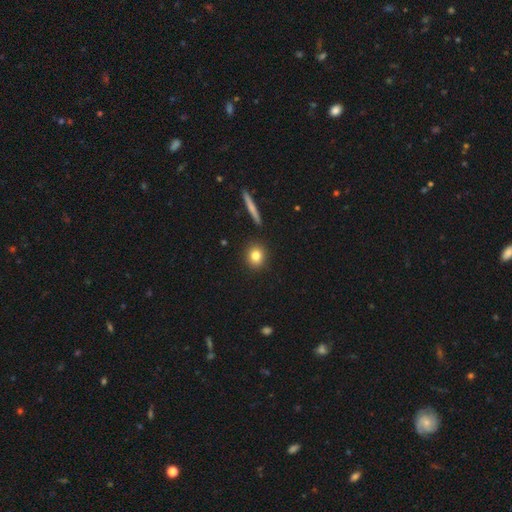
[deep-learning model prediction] A smooth galaxy with no disk features (80%) that is round (78%). Merging: none (90%).